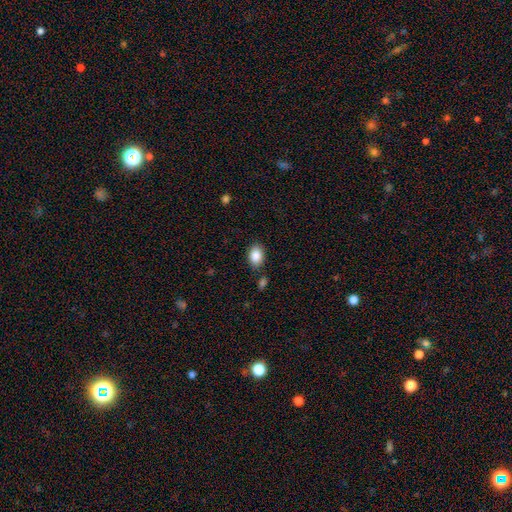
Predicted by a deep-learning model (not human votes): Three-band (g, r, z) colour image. It shows a smooth galaxy with no disk features (87%) that is in between round and cigar-shaped (82%). Merging: none (82%).